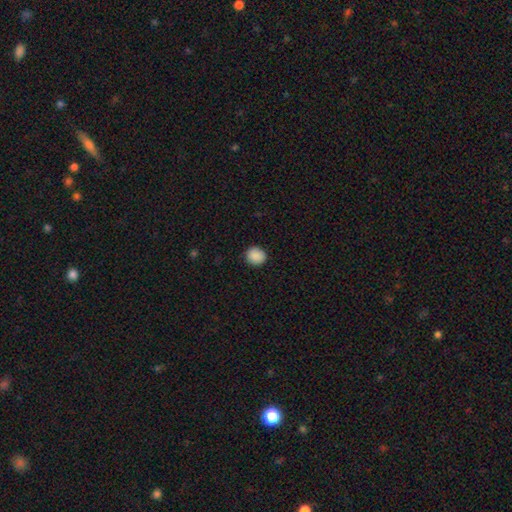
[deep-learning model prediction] This is clearly a smooth galaxy (90%). How rounded: clearly round (83%). Merging: clearly none (90%).